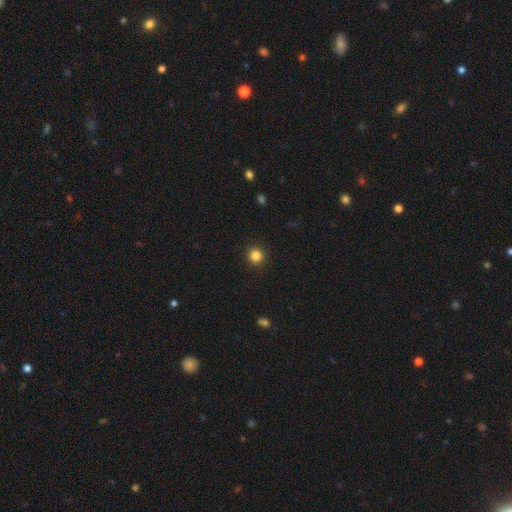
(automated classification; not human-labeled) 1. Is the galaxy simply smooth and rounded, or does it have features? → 84% smooth, 12% star or artifact, 4% featured or disk.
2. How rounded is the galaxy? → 95% round, 4% in between, 1% cigar-shaped.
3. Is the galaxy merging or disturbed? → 93% none, 4% minor disturbance, 2% major disturbance, 1% merger.